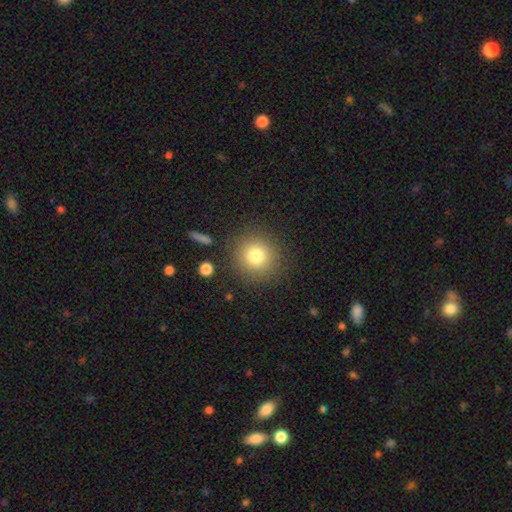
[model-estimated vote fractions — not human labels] Q: Smooth or featured?
A: smooth (79%); runner-up: star or artifact (12%)
Q: How rounded?
A: round (92%); runner-up: in between (7%)
Q: Merging?
A: none (86%); runner-up: minor disturbance (8%)